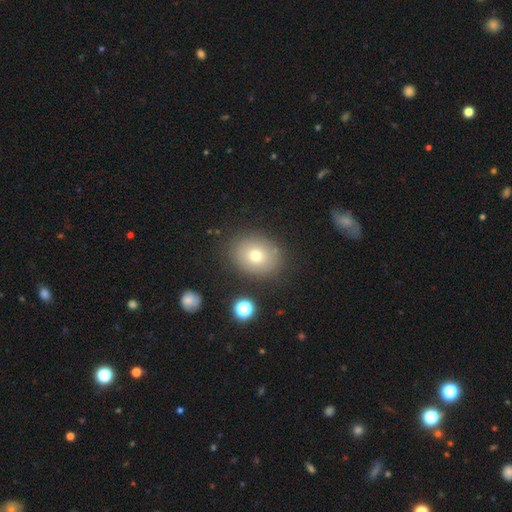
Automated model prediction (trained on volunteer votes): A smooth galaxy with no disk features (71%) that is round (58%).

Vote fractions:
- Smooth or featured? smooth: 71% / featured or disk: 16% / star or artifact: 13%
- How rounded? round: 58% / in between: 41% / cigar-shaped: 1%
- Merging? none: 84% / minor disturbance: 10% / major disturbance: 4% / merger: 2%